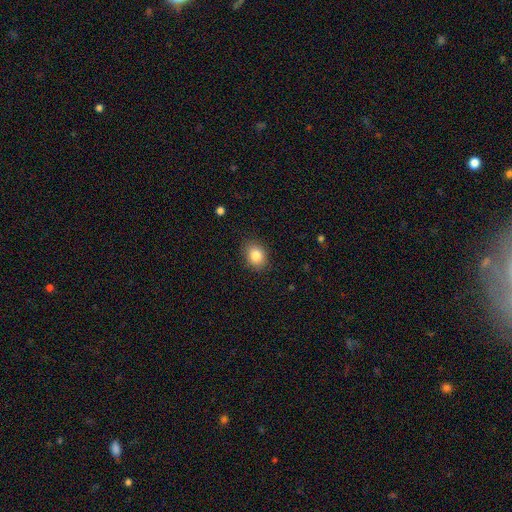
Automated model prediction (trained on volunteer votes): Morphology: type=smooth (84%); roundness=in between (53%); merging=none (86%).